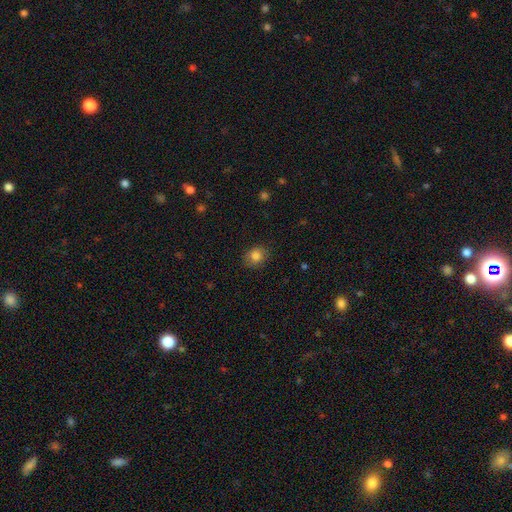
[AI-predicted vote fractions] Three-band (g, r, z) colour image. It shows a smooth galaxy with no disk features (83%) that is round (57%). Merging: none (84%).